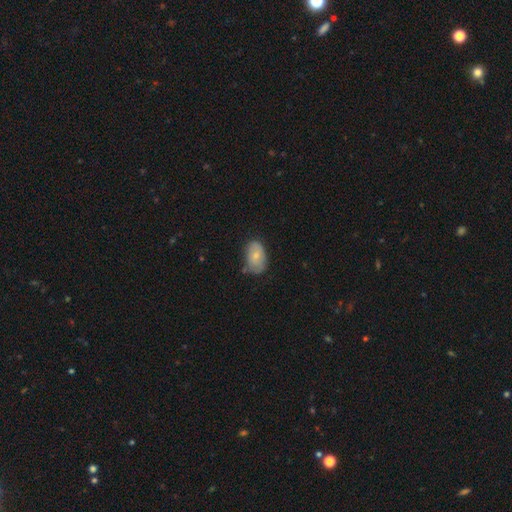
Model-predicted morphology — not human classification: Smooth or featured? smooth (71%)
How rounded? in between (88%)
Merging? none (58%)